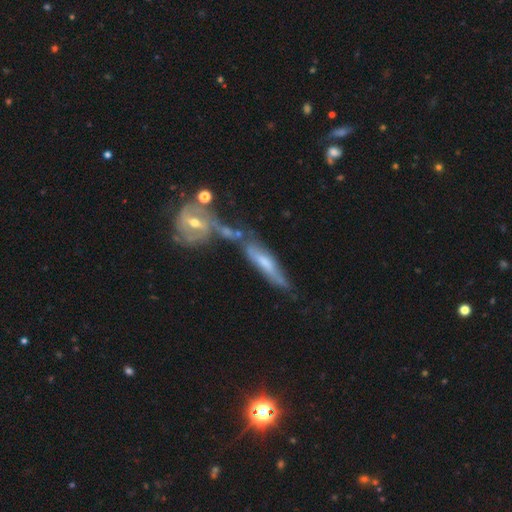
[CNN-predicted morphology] This is possibly a featured or disk galaxy (46%). Merging: marginally merger (44%).